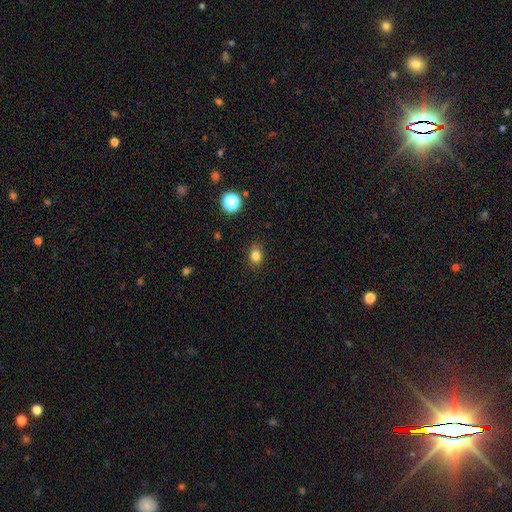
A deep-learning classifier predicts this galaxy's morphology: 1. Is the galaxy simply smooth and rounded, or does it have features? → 81% smooth, 13% star or artifact, 6% featured or disk.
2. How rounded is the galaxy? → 52% in between, 47% round, 1% cigar-shaped.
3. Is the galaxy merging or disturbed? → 86% none, 10% minor disturbance, 3% major disturbance, 1% merger.